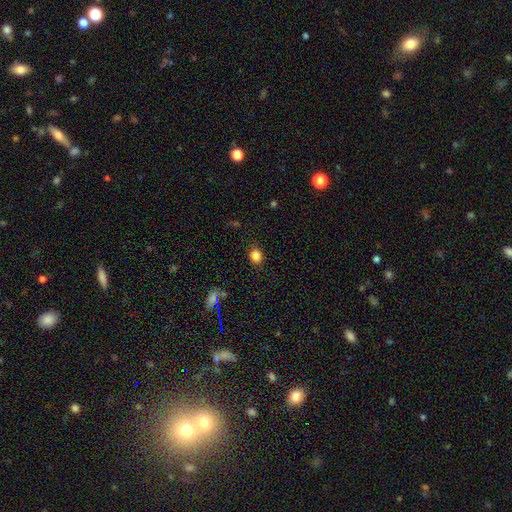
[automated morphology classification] Q: Smooth or featured?
A: smooth (83%); runner-up: star or artifact (12%)
Q: How rounded?
A: round (56%); runner-up: in between (43%)
Q: Merging?
A: none (86%); runner-up: minor disturbance (10%)